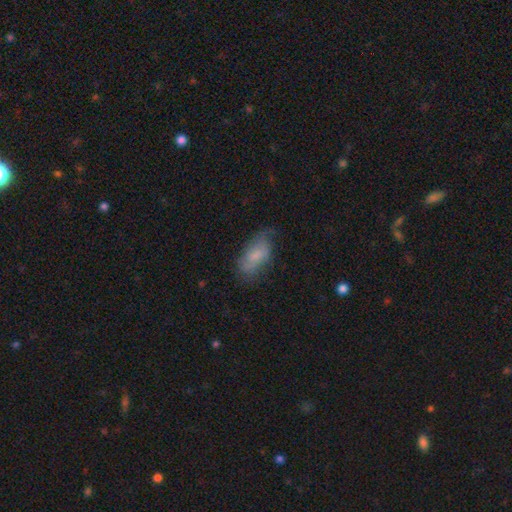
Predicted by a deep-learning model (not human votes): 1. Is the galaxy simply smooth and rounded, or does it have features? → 65% smooth, 27% featured or disk, 8% star or artifact.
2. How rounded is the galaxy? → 88% in between, 8% cigar-shaped, 3% round.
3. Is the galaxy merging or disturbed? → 54% none, 31% minor disturbance, 12% major disturbance, 3% merger.